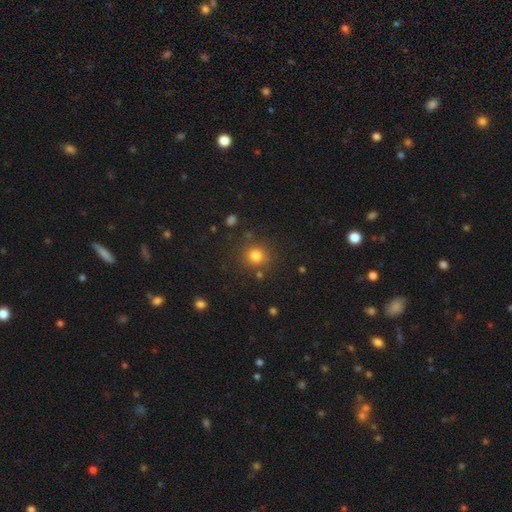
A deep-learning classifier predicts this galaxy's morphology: Smooth or featured?
  - smooth: 80% *
  - star or artifact: 14%
  - featured or disk: 6%
How rounded?
  - round: 91% *
  - in between: 9%
  - cigar-shaped: 1%
Merging?
  - none: 84% *
  - minor disturbance: 8%
  - merger: 4%
  - major disturbance: 3%